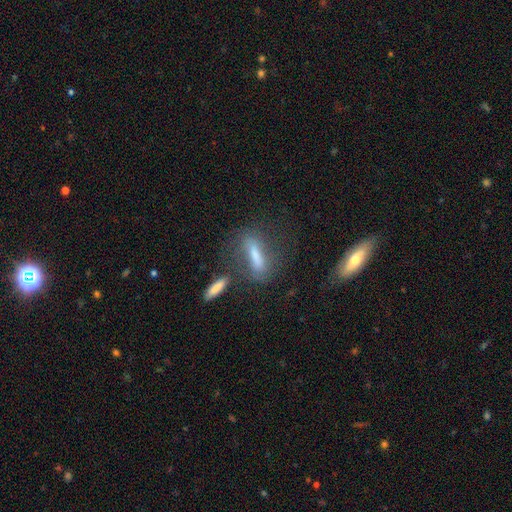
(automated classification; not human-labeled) Smooth or featured? Predicted: smooth (p=0.58). How rounded? Predicted: cigar-shaped (p=0.70). Merging? Predicted: none (p=0.58).